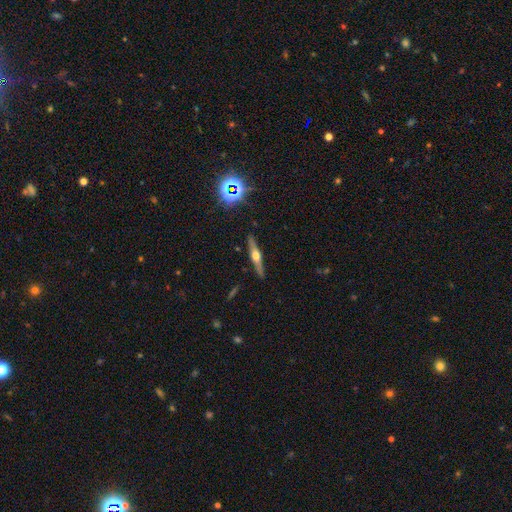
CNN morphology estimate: A featured or disk galaxy (71%) viewed edge-on (97%) with a rounded central bulge (93%). Merging: none (89%).